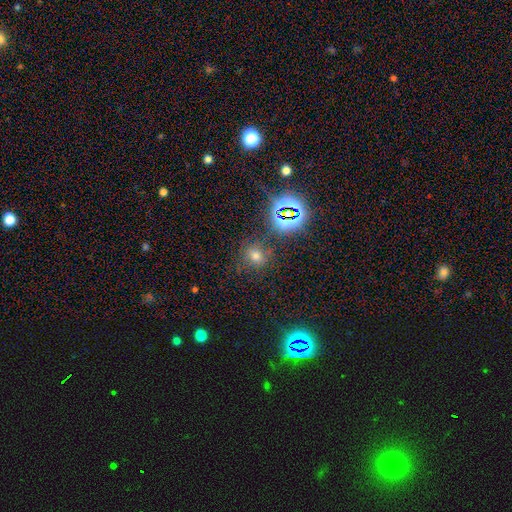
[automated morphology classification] Smooth or featured: star or artifact — 48% (smooth — 43%)